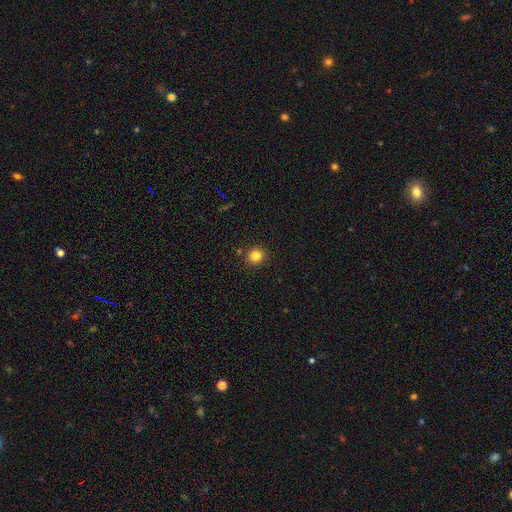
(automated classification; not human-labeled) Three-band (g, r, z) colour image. It shows a smooth galaxy with no disk features (83%) that is round (84%). Merging: none (87%).